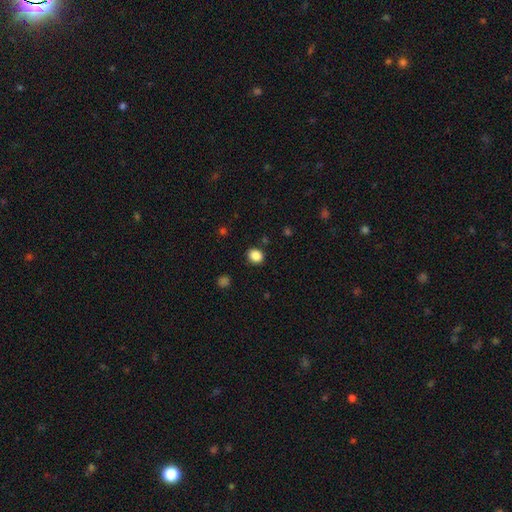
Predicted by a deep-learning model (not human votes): Morphology: type=smooth (87%); roundness=round (65%); merging=none (87%).